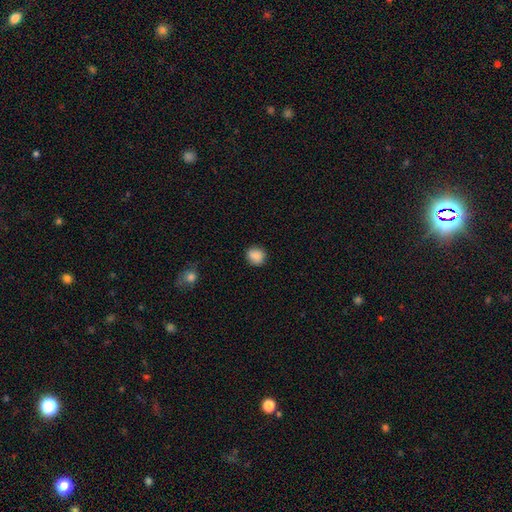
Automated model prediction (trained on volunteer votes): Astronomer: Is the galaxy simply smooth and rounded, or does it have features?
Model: smooth — 88%.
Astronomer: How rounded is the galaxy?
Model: round — 84%.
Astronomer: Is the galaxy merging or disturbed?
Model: none — 86%.